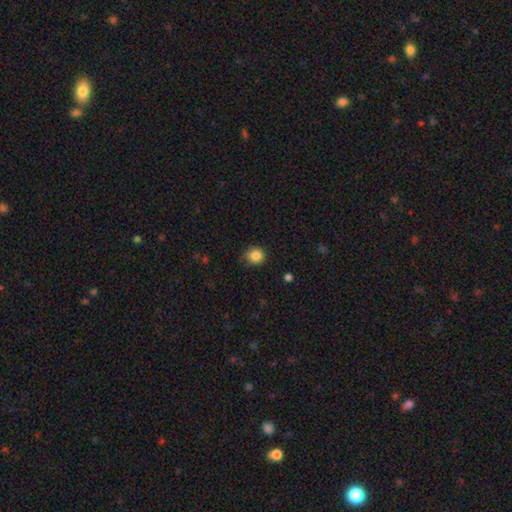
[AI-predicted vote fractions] smooth_or_featured: smooth (p=0.85) [alt: star or artifact p=0.11]
how_rounded: round (p=0.86) [alt: in between p=0.13]
merging: none (p=0.75) [alt: minor disturbance p=0.20]